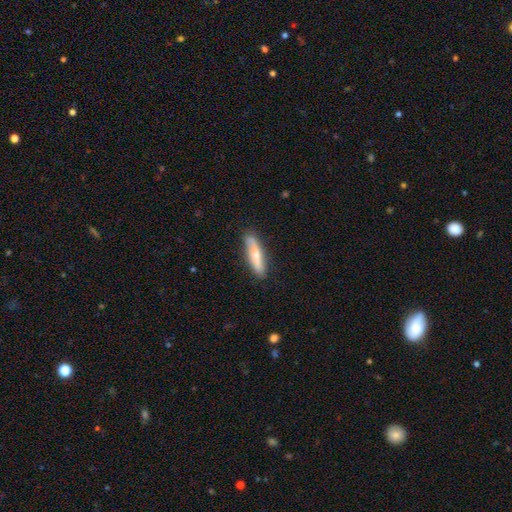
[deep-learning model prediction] smooth_or_featured: smooth (p=0.57) [alt: featured or disk p=0.37]
how_rounded: cigar-shaped (p=0.75) [alt: in between p=0.23]
merging: none (p=0.82) [alt: minor disturbance p=0.14]